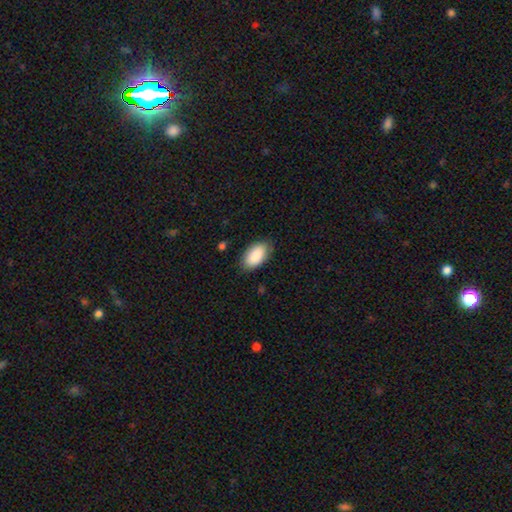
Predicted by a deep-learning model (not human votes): Smooth or featured? smooth (88%)
How rounded? in between (95%)
Merging? none (83%)